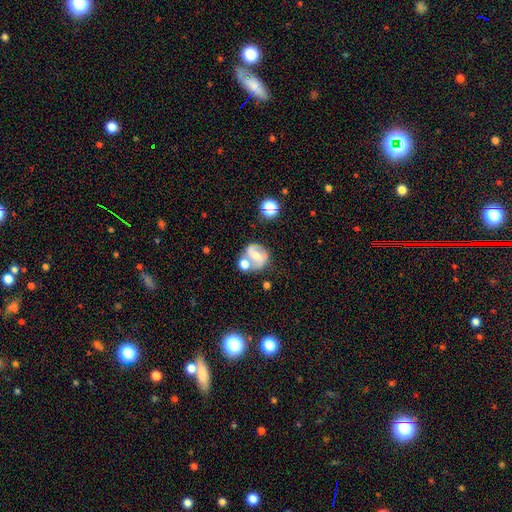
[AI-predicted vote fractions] Smooth or featured? featured or disk (69%)
Edge-on disk? no (97%)
Bar? weak (39%)
Spiral arms? yes (81%)
Spiral winding? medium (49%)
Spiral arm count? 2 (83%)
Bulge size? moderate (55%)
Merging? none (50%)